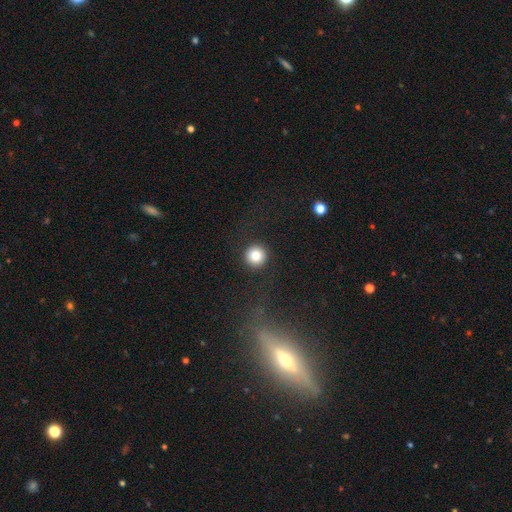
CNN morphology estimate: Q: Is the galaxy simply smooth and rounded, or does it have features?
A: smooth — 82%.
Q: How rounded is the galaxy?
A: round — 95%.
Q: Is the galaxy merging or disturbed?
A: none — 91%.